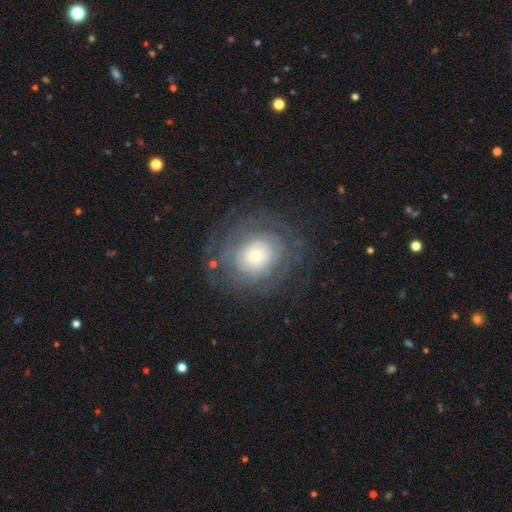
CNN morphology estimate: smooth-or-featured: featured or disk: 62% | smooth: 29% | star or artifact: 10%
  disk-edge-on: no: 97% | yes: 3%
    bar: no: 88% | weak: 9% | strong: 3%
    has-spiral-arms: yes: 69% | no: 31%
    bulge-size: small: 58% | moderate: 28% | large: 9% | dominant: 3% | none: 1%
  merging: none: 76% | minor disturbance: 13% | major disturbance: 9% | merger: 1%